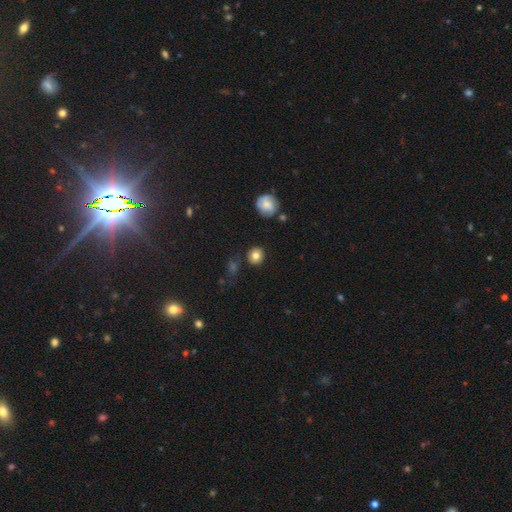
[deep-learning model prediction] Smooth or featured? Predicted: smooth (p=0.82). How rounded? Predicted: round (p=0.89). Merging? Predicted: none (p=0.85).